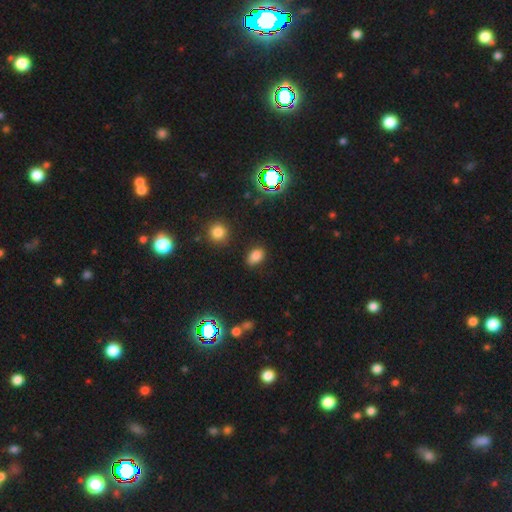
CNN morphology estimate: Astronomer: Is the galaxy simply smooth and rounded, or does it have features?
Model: smooth — 79%.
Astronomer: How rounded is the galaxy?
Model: in between — 84%.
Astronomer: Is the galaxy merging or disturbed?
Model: none — 83%.